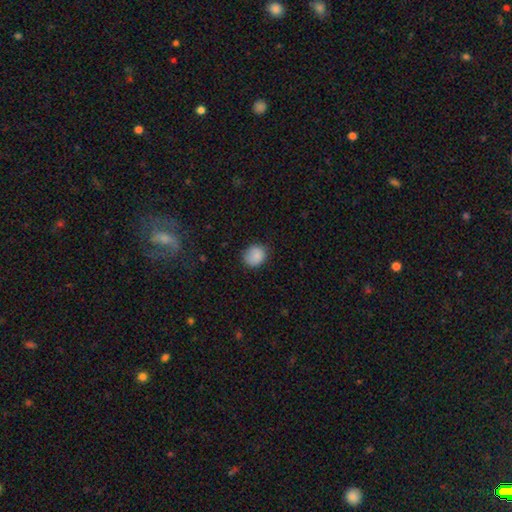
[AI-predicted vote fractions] Smooth or featured?
  - smooth: 86% *
  - star or artifact: 9%
  - featured or disk: 6%
How rounded?
  - round: 71% *
  - in between: 28%
  - cigar-shaped: 1%
Merging?
  - none: 75% *
  - minor disturbance: 20%
  - major disturbance: 4%
  - merger: 1%